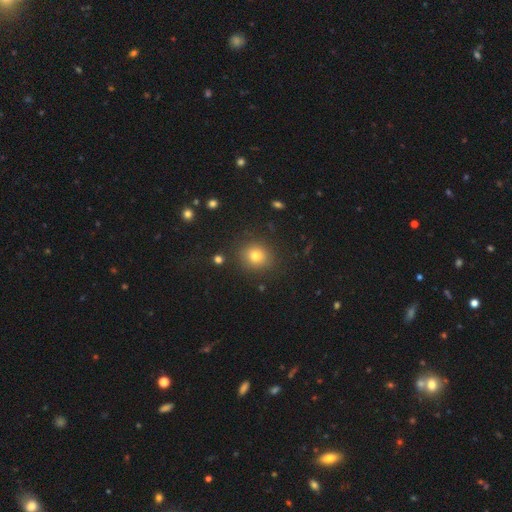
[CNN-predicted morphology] smooth 76%, star or artifact 15%, featured or disk 9%. Down the decision tree: how rounded — round (83%); merging — none (87%).